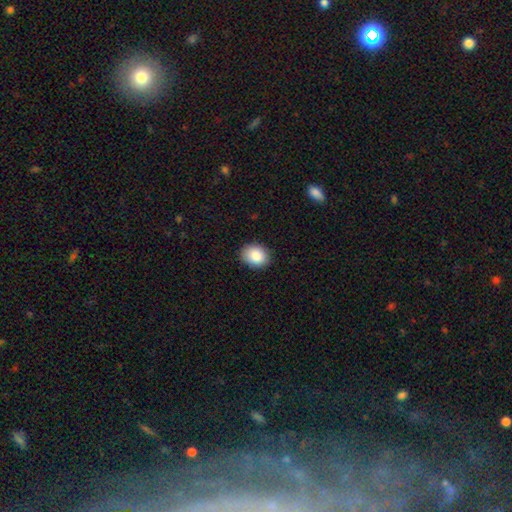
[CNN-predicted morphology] A smooth galaxy with no disk features (87%) that is in between round and cigar-shaped (54%).

Vote fractions:
- Smooth or featured? smooth: 87% / star or artifact: 8% / featured or disk: 6%
- How rounded? in between: 54% / round: 45% / cigar-shaped: 1%
- Merging? none: 88% / minor disturbance: 9% / major disturbance: 2% / merger: 1%